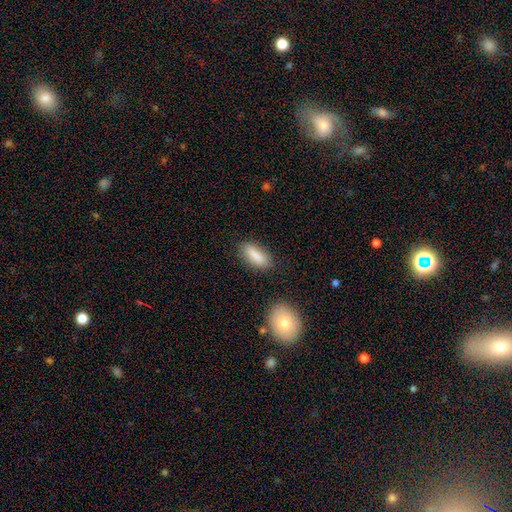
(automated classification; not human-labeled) Q: Smooth or featured?
A: smooth (85%); runner-up: featured or disk (8%)
Q: How rounded?
A: in between (72%); runner-up: cigar-shaped (25%)
Q: Merging?
A: none (82%); runner-up: minor disturbance (12%)